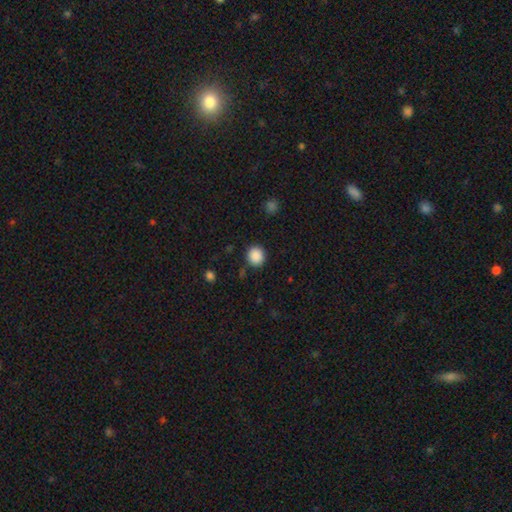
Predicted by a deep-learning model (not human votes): smooth-or-featured: smooth: 88% | star or artifact: 9% | featured or disk: 3%
  how-rounded: round: 89% | in between: 10% | cigar-shaped: 1%
  merging: none: 88% | minor disturbance: 7% | major disturbance: 3% | merger: 2%